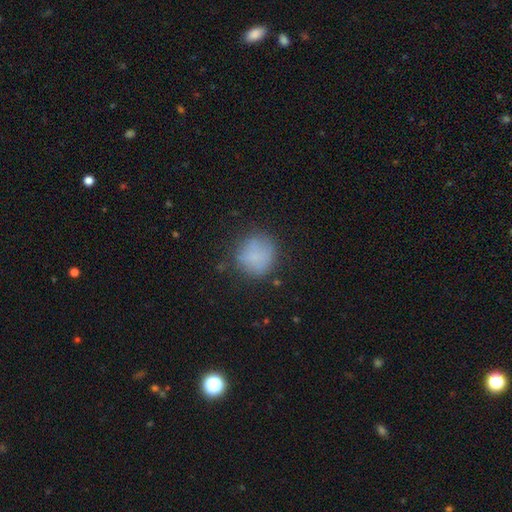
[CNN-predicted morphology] Q: Smooth or featured?
A: smooth (76%); runner-up: featured or disk (13%)
Q: How rounded?
A: round (88%); runner-up: in between (11%)
Q: Merging?
A: none (66%); runner-up: minor disturbance (22%)